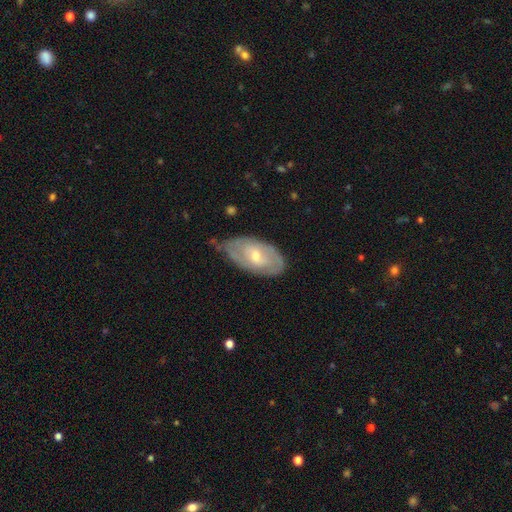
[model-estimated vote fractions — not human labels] A featured or disk galaxy (67%) with no bar (50%), spiral arms (72%) and a moderate central bulge (52%).

Vote fractions:
- Smooth or featured? featured or disk: 67% / smooth: 27% / star or artifact: 6%
- Edge-on disk? no: 91% / yes: 9%
- Bar? no: 50% / weak: 40% / strong: 10%
- Spiral arms? yes: 72% / no: 28%
- Bulge size? moderate: 52% / small: 44% / large: 2% / none: 1% / dominant: 1%
- Merging? none: 63% / minor disturbance: 28% / major disturbance: 7% / merger: 2%